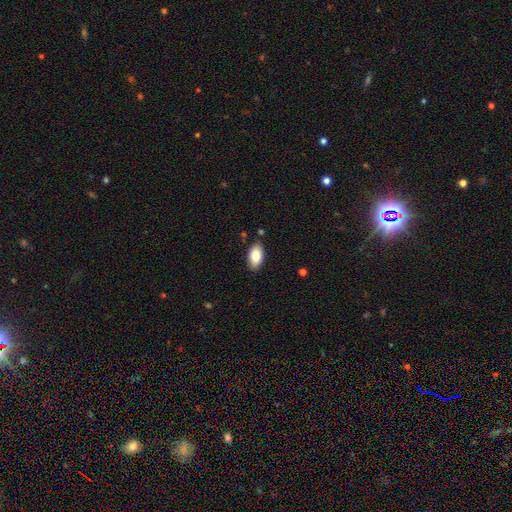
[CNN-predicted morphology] A smooth galaxy with no disk features (84%) that is in between round and cigar-shaped (94%).

Vote fractions:
- Smooth or featured? smooth: 84% / featured or disk: 9% / star or artifact: 7%
- How rounded? in between: 94% / round: 3% / cigar-shaped: 2%
- Merging? none: 86% / minor disturbance: 10% / major disturbance: 2% / merger: 2%